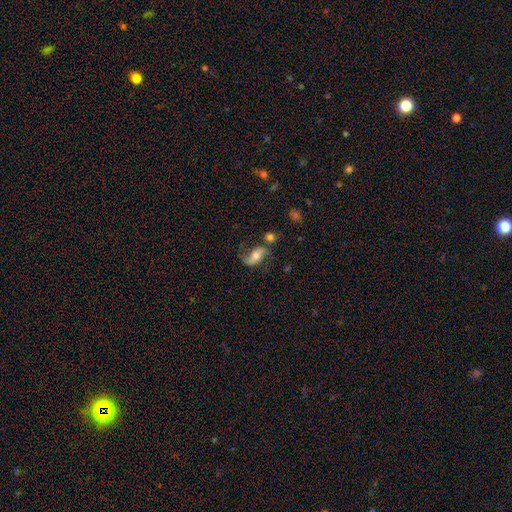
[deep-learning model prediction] smooth-or-featured: featured or disk: 56% | smooth: 36% | star or artifact: 9%
  disk-edge-on: no: 90% | yes: 10%
    bar: no: 46% | weak: 29% | strong: 25%
    has-spiral-arms: yes: 83% | no: 17%
    bulge-size: moderate: 65% | small: 22% | large: 9% | none: 2% | dominant: 2%
  merging: none: 51% | minor disturbance: 21% | major disturbance: 16% | merger: 12%